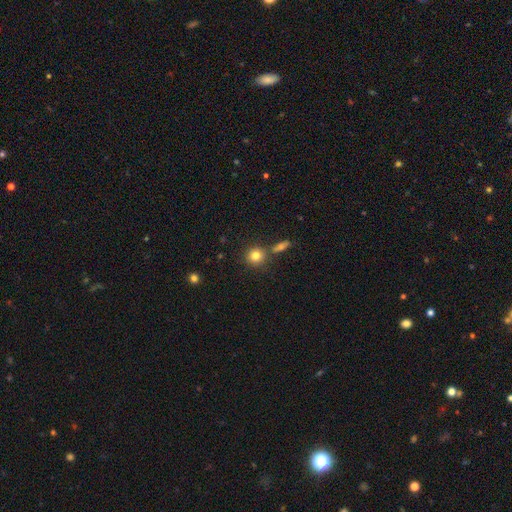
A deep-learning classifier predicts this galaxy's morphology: Overall: smooth (80%). How rounded: round (89%). Merging: none (75%).